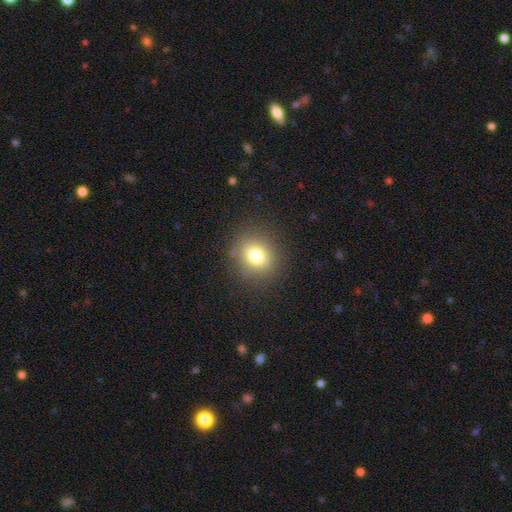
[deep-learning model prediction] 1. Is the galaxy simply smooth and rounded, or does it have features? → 77% smooth, 13% star or artifact, 10% featured or disk.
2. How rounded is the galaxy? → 76% round, 23% in between, 1% cigar-shaped.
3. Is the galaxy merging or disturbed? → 86% none, 8% minor disturbance, 4% major disturbance, 1% merger.